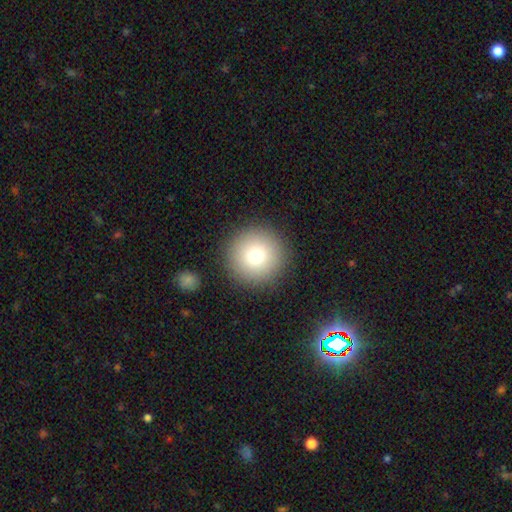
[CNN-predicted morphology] smooth 75%, star or artifact 13%, featured or disk 12%. Down the decision tree: how rounded — round (97%); merging — none (91%).